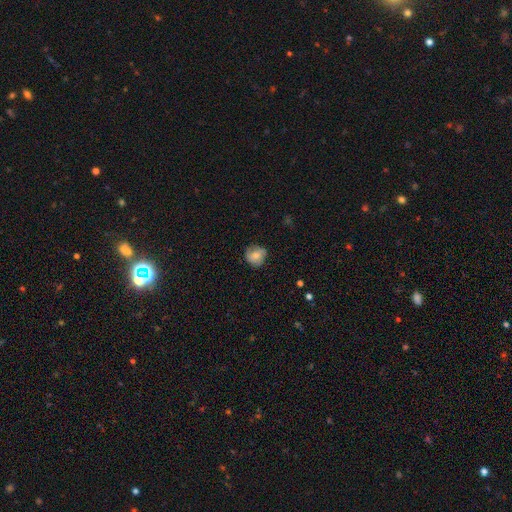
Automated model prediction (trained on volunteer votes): Smooth or featured? smooth (63%)
How rounded? round (84%)
Merging? none (71%)